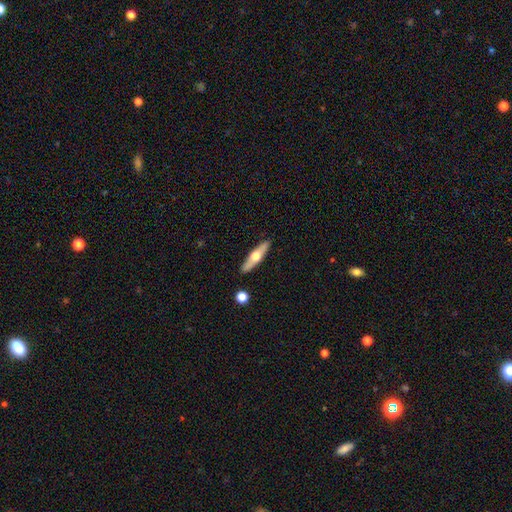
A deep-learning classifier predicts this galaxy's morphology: Smooth or featured: featured or disk — 51% (smooth — 44%)
Edge-on disk: yes — 85% (no — 15%)
Merging: none — 89% (minor disturbance — 7%)